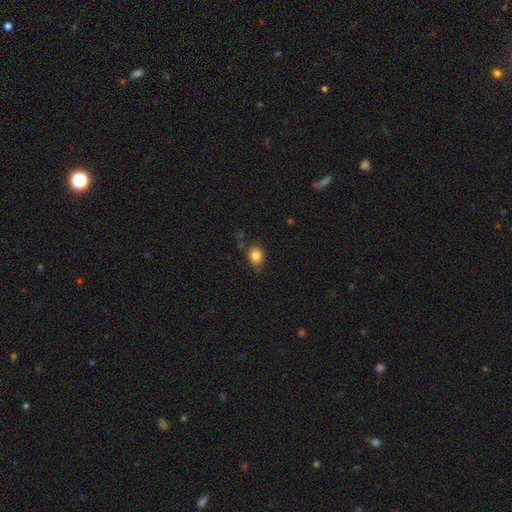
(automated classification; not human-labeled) A smooth galaxy with no disk features (83%) that is round (65%). Merging: none (74%).